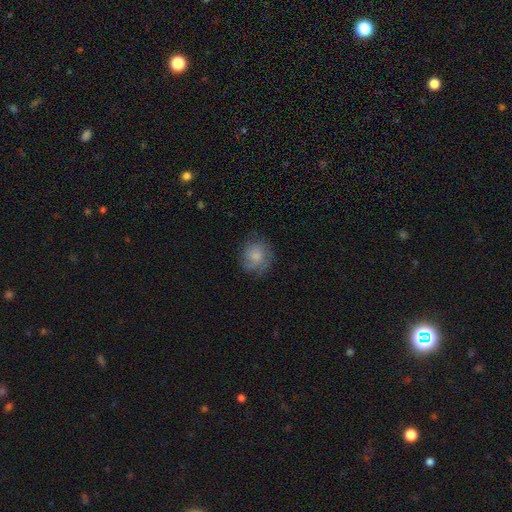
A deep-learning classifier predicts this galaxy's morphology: This is likely a smooth galaxy (71%). How rounded: likely round (78%). Merging: likely none (69%).